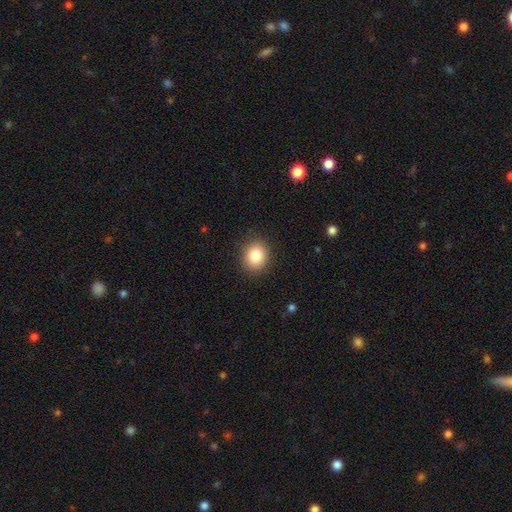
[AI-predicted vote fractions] A smooth galaxy with no disk features (84%) that is round (69%).

Vote fractions:
- Smooth or featured? smooth: 84% / star or artifact: 10% / featured or disk: 7%
- How rounded? round: 69% / in between: 30% / cigar-shaped: 1%
- Merging? none: 89% / minor disturbance: 7% / major disturbance: 2% / merger: 1%